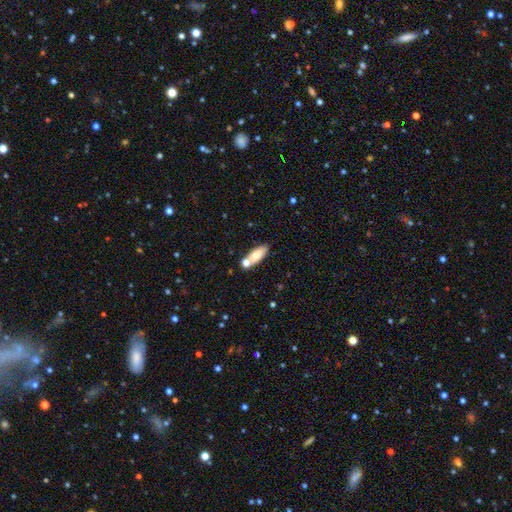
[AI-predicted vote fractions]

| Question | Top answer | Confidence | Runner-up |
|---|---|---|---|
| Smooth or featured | smooth | 78% | featured or disk (15%) |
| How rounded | in between | 72% | cigar-shaped (25%) |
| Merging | none | 61% | merger (21%) |